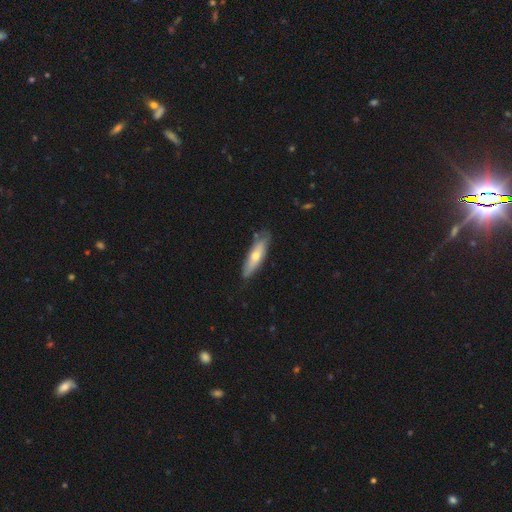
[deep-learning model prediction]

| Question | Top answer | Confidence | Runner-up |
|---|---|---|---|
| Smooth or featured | smooth | 55% | featured or disk (39%) |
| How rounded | cigar-shaped | 59% | in between (39%) |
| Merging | none | 77% | minor disturbance (18%) |